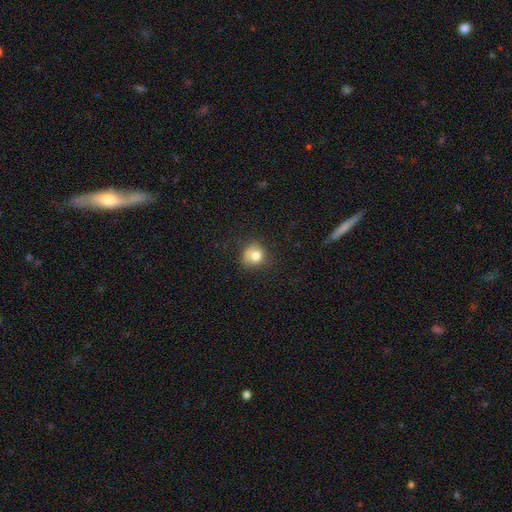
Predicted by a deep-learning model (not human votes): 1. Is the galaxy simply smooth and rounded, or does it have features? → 77% smooth, 12% featured or disk, 11% star or artifact.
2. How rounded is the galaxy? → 78% round, 22% in between, 1% cigar-shaped.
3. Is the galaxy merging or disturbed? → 62% none, 24% minor disturbance, 10% major disturbance, 4% merger.